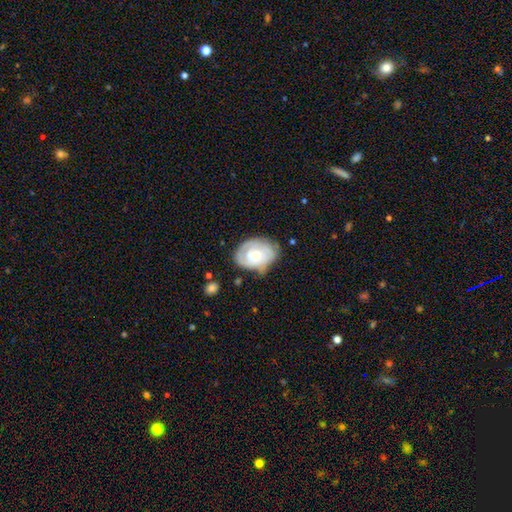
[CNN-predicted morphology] The model was most divided on "bulge size": small: 45%, moderate: 38%, large: 9%, none: 6%, dominant: 2%. More confident: edge-on disk — no (97%); spiral arms — yes (78%); bar — no (77%); smooth or featured — featured or disk (62%); merging — none (56%).